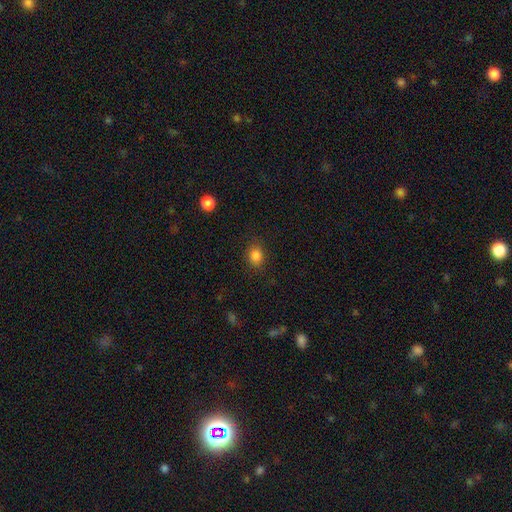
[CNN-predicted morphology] A smooth galaxy with no disk features (84%) that is round (60%). Merging: none (85%).